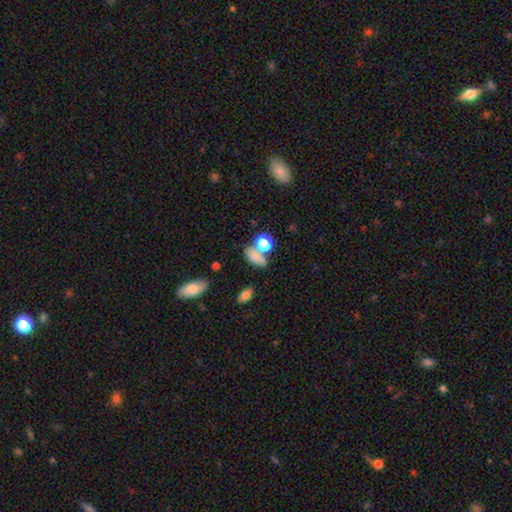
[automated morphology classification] This is likely a smooth galaxy (77%). How rounded: likely in between (72%). Merging: marginally none (45%).